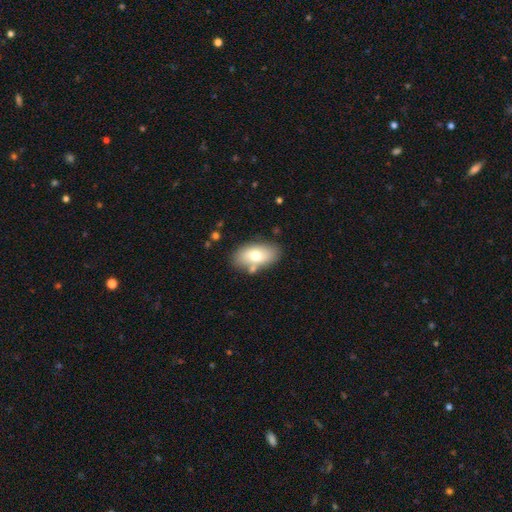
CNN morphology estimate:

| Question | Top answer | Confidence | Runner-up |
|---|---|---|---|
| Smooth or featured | smooth | 69% | featured or disk (24%) |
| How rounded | in between | 92% | round (6%) |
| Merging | none | 74% | minor disturbance (14%) |